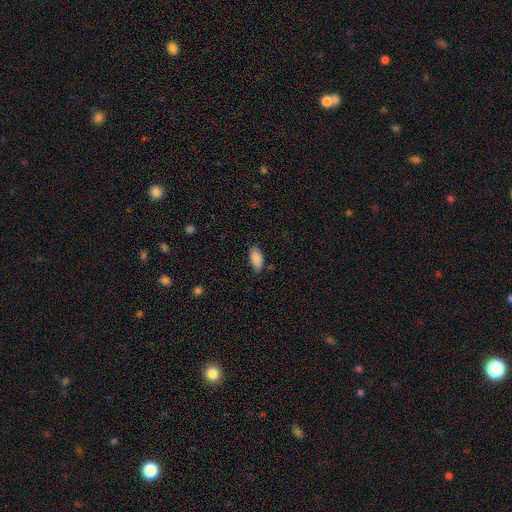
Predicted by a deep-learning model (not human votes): Smooth or featured? Predicted: smooth (p=0.89). How rounded? Predicted: in between (p=0.92). Merging? Predicted: none (p=0.81).